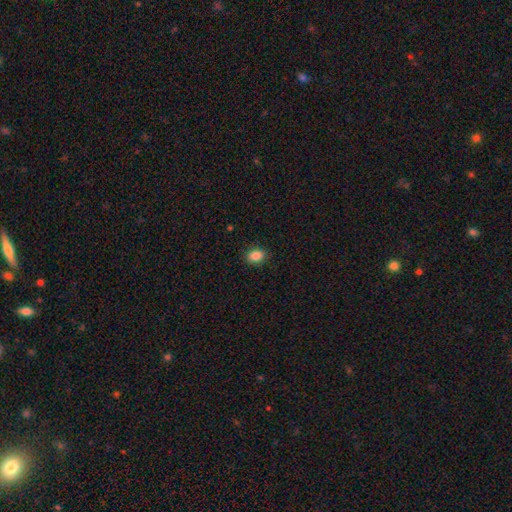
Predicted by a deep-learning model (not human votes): smooth_or_featured: smooth (p=0.86) [alt: star or artifact p=0.10]
how_rounded: in between (p=0.52) [alt: round p=0.47]
merging: none (p=0.89) [alt: minor disturbance p=0.08]